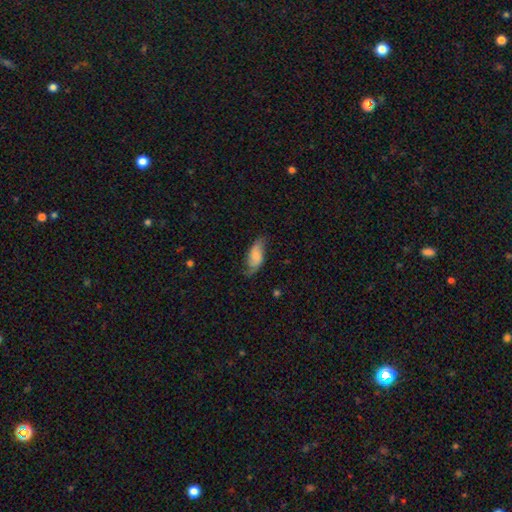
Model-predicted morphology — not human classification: smooth_or_featured: smooth (p=0.55) [alt: featured or disk p=0.38]
how_rounded: in between (p=0.85) [alt: cigar-shaped p=0.12]
merging: none (p=0.57) [alt: minor disturbance p=0.29]